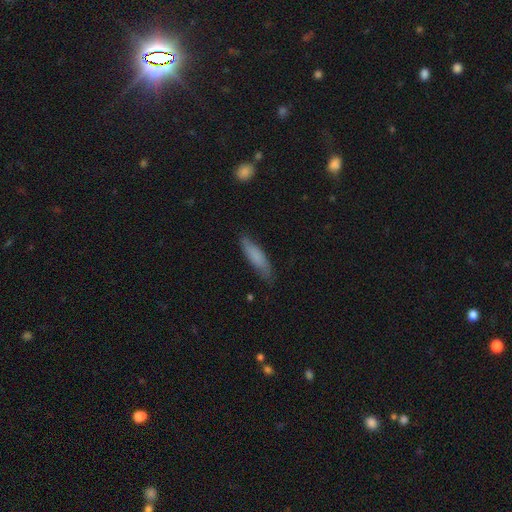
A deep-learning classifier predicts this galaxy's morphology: Smooth or featured? smooth (76%)
How rounded? cigar-shaped (68%)
Merging? none (74%)